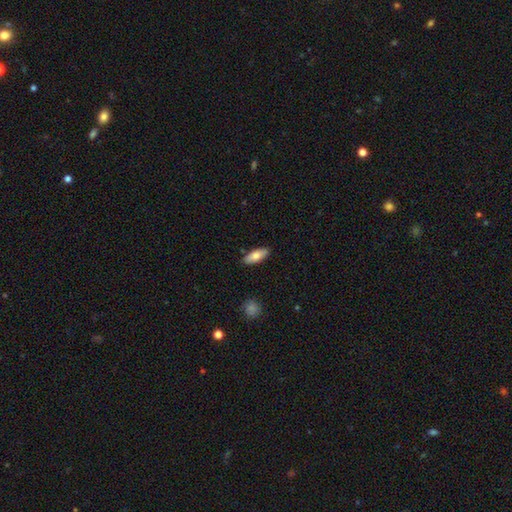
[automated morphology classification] A smooth galaxy with no disk features (77%) that is in between round and cigar-shaped (76%). Merging: none (88%).